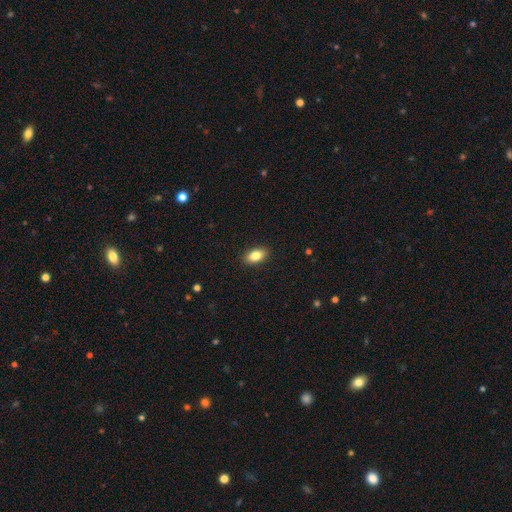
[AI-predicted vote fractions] smooth_or_featured: smooth (p=0.83) [alt: featured or disk p=0.09]
how_rounded: in between (p=0.89) [alt: round p=0.08]
merging: none (p=0.90) [alt: minor disturbance p=0.07]